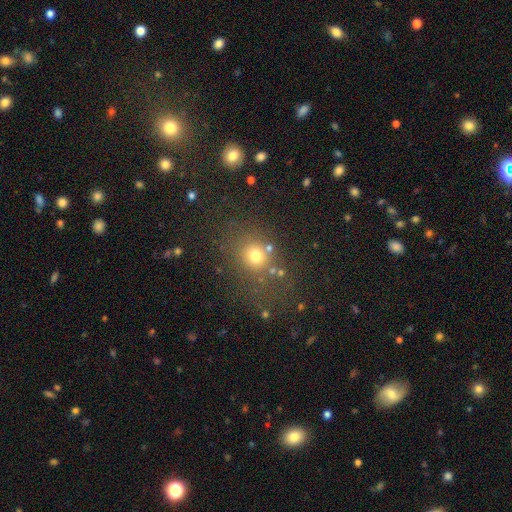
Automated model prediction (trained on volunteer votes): This is likely a smooth galaxy (69%). How rounded: likely round (75%). Merging: likely none (68%).